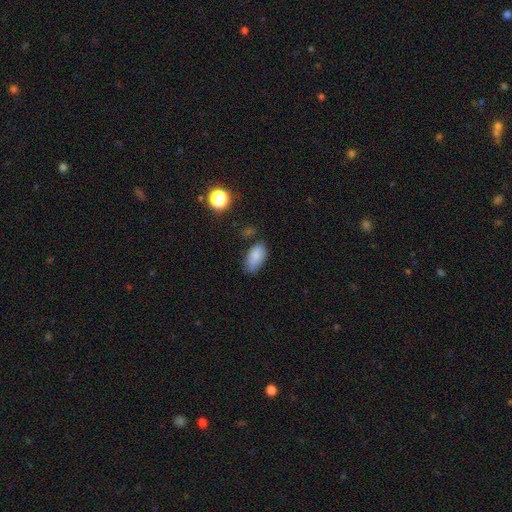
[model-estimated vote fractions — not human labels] Smooth or featured: smooth — 83% (star or artifact — 9%)
How rounded: in between — 93% (round — 4%)
Merging: none — 65% (minor disturbance — 26%)